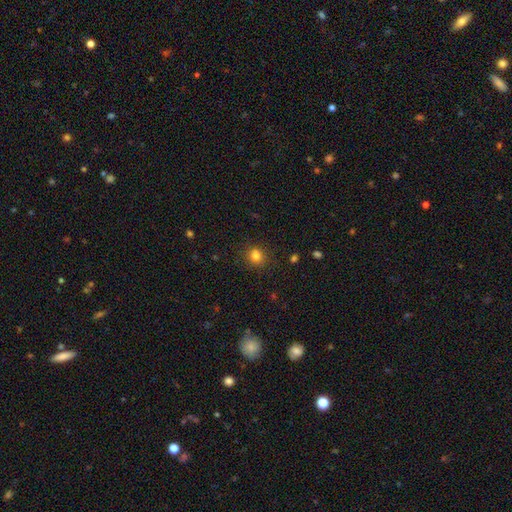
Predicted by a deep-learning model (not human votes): Smooth or featured: smooth — 81% (star or artifact — 13%)
How rounded: round — 73% (in between — 26%)
Merging: none — 81% (minor disturbance — 12%)